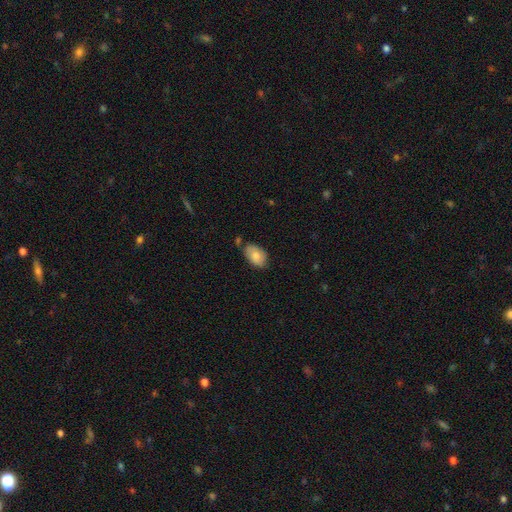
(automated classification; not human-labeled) Smooth or featured: smooth — 79% (featured or disk — 15%)
How rounded: in between — 90% (round — 9%)
Merging: none — 65% (minor disturbance — 23%)